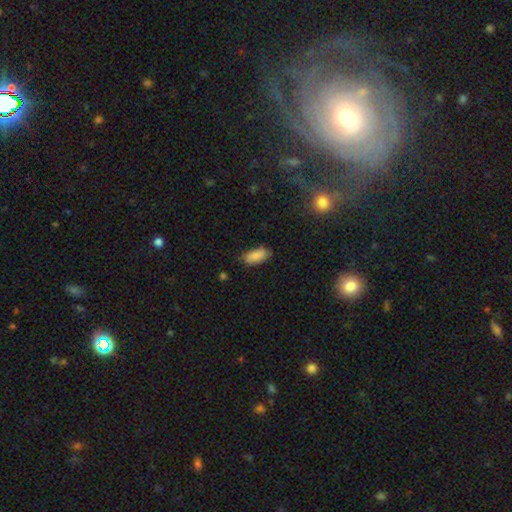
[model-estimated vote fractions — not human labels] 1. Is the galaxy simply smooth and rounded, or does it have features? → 85% smooth, 8% featured or disk, 7% star or artifact.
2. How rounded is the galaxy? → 90% in between, 7% cigar-shaped, 2% round.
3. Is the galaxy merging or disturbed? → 76% none, 19% minor disturbance, 3% major disturbance, 2% merger.